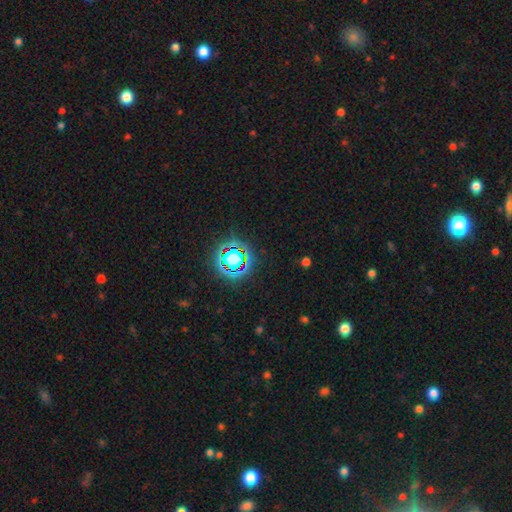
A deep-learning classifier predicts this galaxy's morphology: The model was most divided on "smooth or featured": star or artifact: 81%, smooth: 12%, featured or disk: 7%.